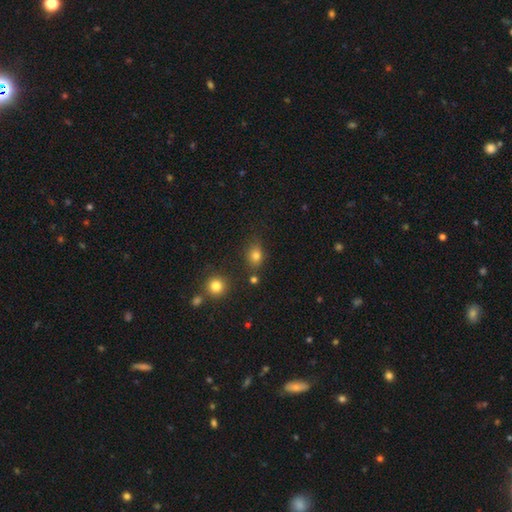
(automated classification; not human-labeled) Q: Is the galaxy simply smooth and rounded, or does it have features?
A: smooth — 79%.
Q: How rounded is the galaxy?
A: in between — 51%.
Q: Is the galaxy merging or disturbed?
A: none — 73%.